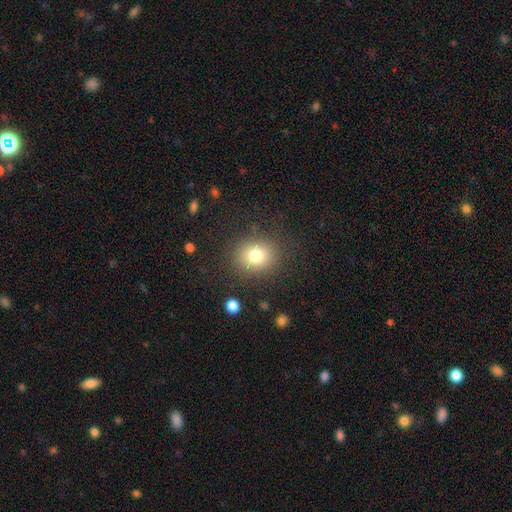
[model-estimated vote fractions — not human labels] Smooth or featured? smooth (78%)
How rounded? round (66%)
Merging? none (83%)